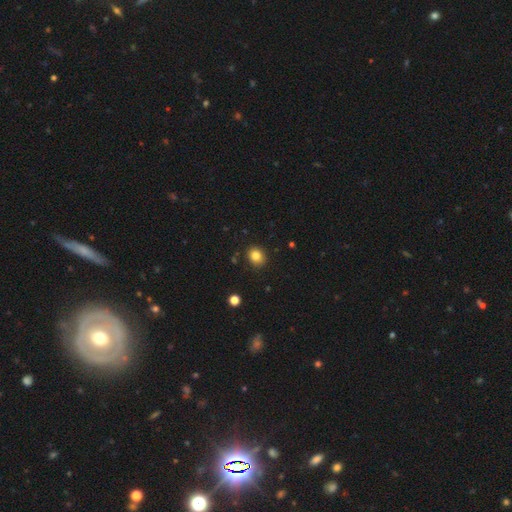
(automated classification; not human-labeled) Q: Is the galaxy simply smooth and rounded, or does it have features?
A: smooth — 83%.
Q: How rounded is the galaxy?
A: round — 65%.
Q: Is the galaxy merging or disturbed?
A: none — 87%.